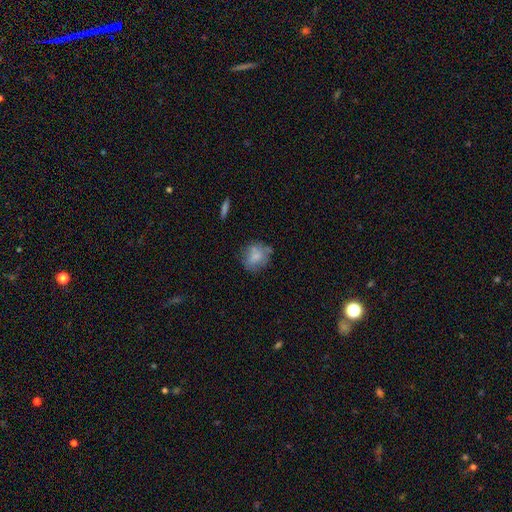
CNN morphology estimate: This appears to be a smooth galaxy with no disk features (70%) that is round (71%). Merging: none (62%).